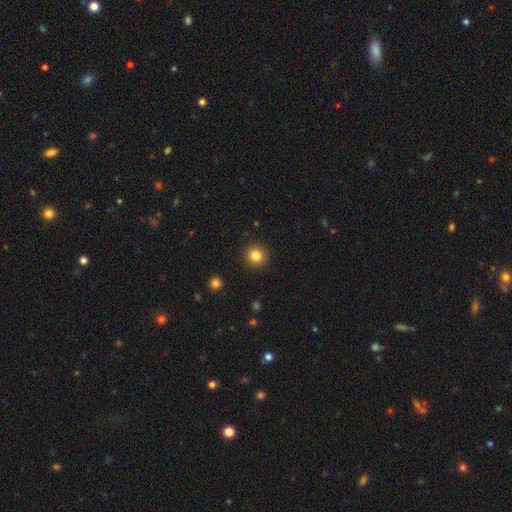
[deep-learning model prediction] A smooth galaxy with no disk features (82%) that is round (94%). Merging: none (92%).